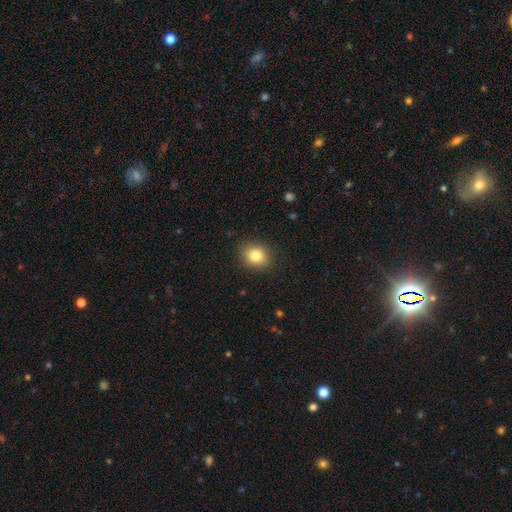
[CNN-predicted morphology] Overall: smooth (82%). How rounded: round (64%; in between 35%). Merging: none (89%).